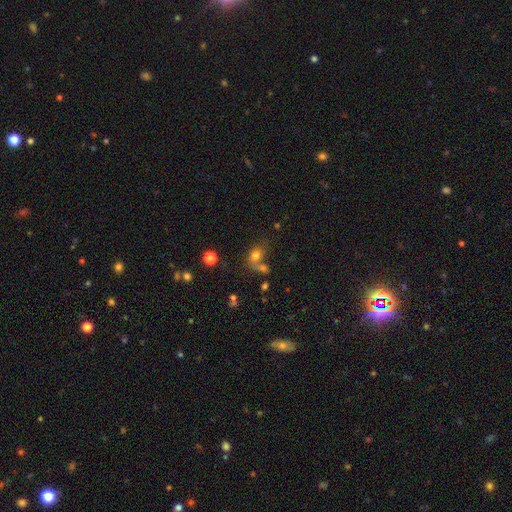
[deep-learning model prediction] Overall: smooth (74%). How rounded: in between (52%; round 47%). Merging: none (39%; merger 38%).